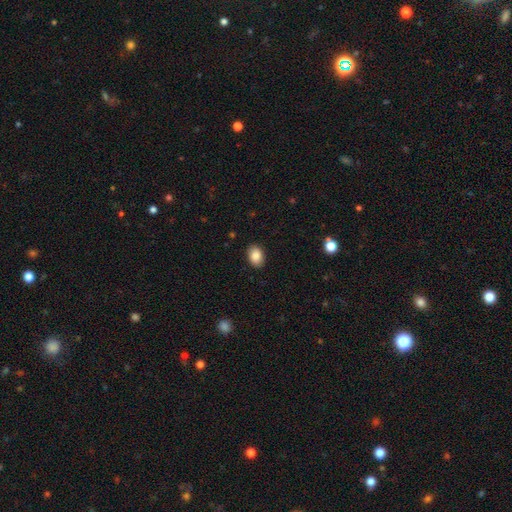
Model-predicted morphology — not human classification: smooth 88%, star or artifact 8%, featured or disk 5%. Down the decision tree: how rounded — in between (82%); merging — none (89%).